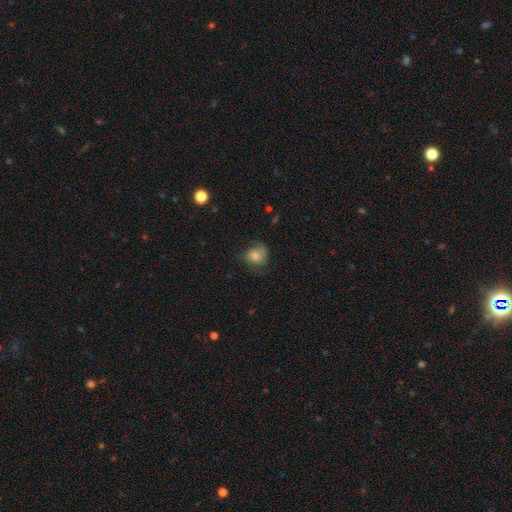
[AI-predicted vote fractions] smooth_or_featured: smooth (p=0.49) [alt: featured or disk p=0.42]
merging: none (p=0.55) [alt: minor disturbance p=0.26]